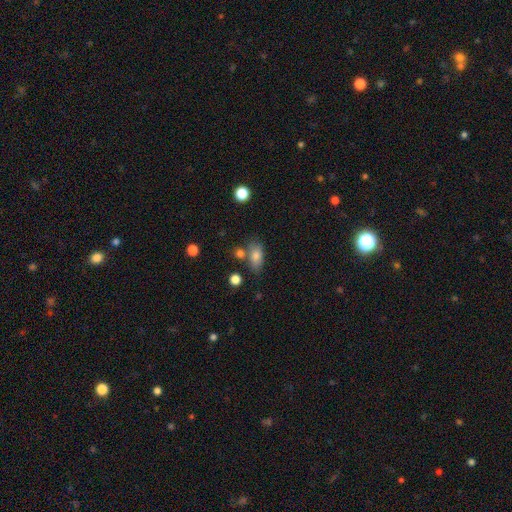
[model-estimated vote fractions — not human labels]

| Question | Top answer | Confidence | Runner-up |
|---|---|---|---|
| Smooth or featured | smooth | 79% | featured or disk (11%) |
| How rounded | in between | 84% | round (10%) |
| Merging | none | 62% | minor disturbance (17%) |